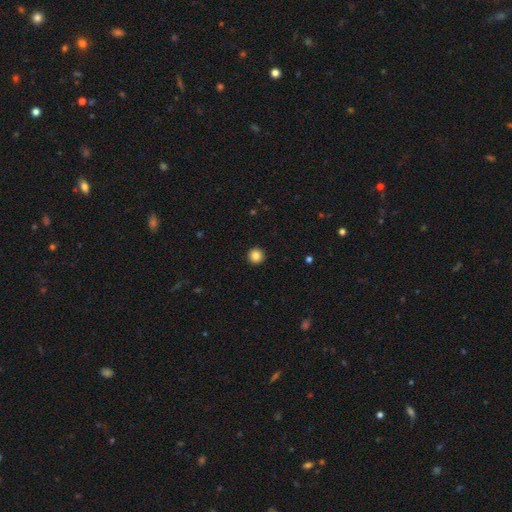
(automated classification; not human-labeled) A smooth galaxy with no disk features (85%) that is round (96%).

Vote fractions:
- Smooth or featured? smooth: 85% / star or artifact: 10% / featured or disk: 5%
- How rounded? round: 96% / in between: 3% / cigar-shaped: 1%
- Merging? none: 94% / minor disturbance: 4% / major disturbance: 1% / merger: 1%